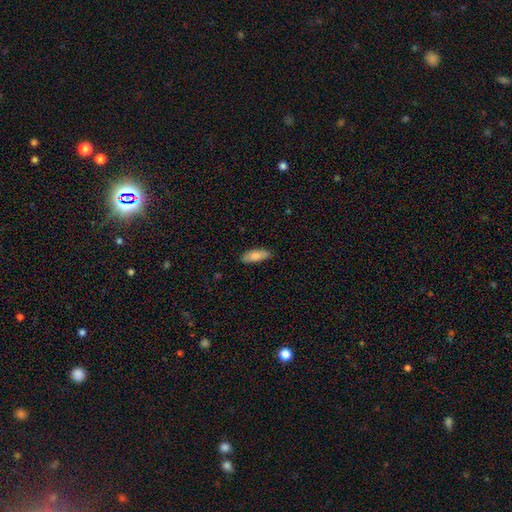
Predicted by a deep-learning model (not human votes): Morphology: type=smooth (84%); roundness=in between (68%); merging=none (86%).